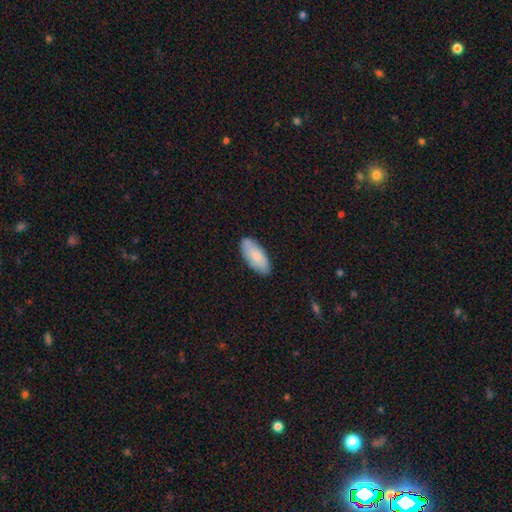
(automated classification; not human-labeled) Smooth or featured? Predicted: smooth (p=0.78). How rounded? Predicted: in between (p=0.89). Merging? Predicted: none (p=0.85).